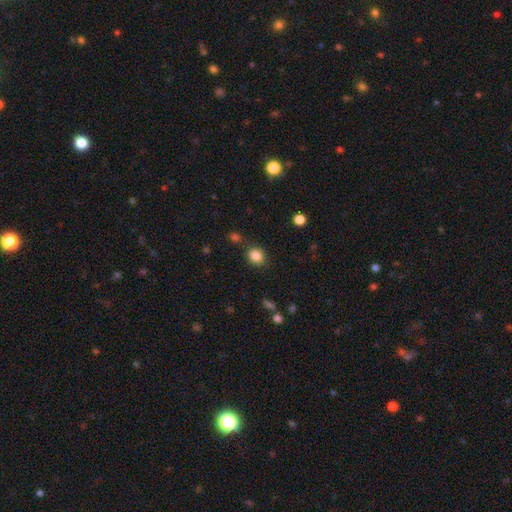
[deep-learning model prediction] Q: Smooth or featured?
A: smooth (85%); runner-up: star or artifact (10%)
Q: How rounded?
A: round (61%); runner-up: in between (38%)
Q: Merging?
A: none (81%); runner-up: minor disturbance (11%)